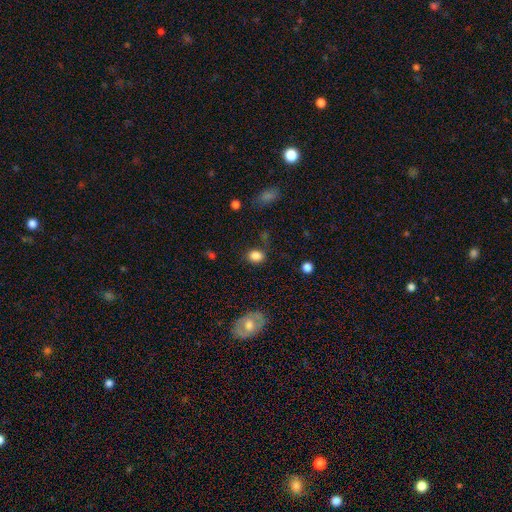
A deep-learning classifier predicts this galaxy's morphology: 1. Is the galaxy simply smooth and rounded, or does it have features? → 85% smooth, 10% star or artifact, 5% featured or disk.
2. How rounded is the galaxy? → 63% in between, 36% round, 1% cigar-shaped.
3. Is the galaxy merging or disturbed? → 74% none, 17% minor disturbance, 6% major disturbance, 3% merger.